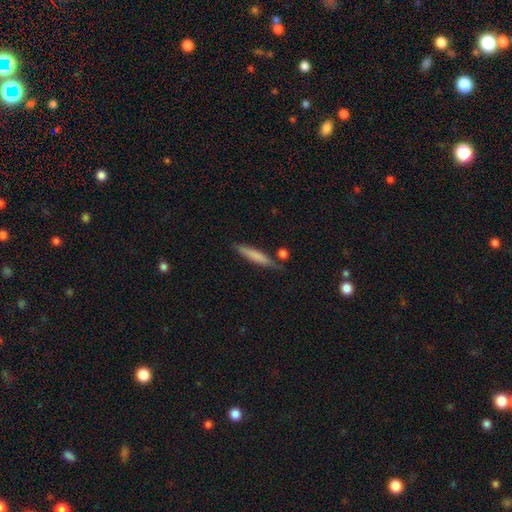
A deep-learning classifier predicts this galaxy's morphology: Overall: smooth (70%). How rounded: cigar-shaped (90%). Merging: none (73%).